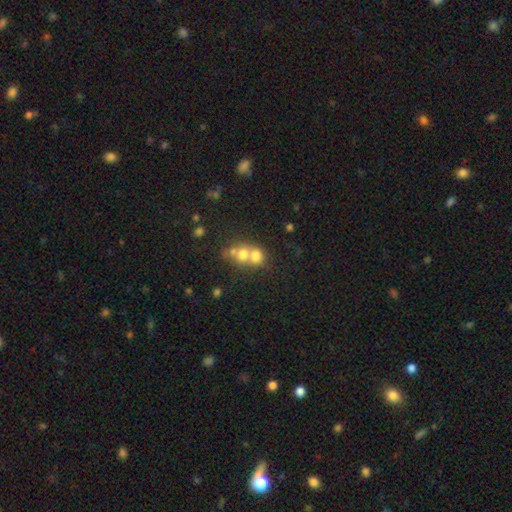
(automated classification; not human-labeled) This is likely a smooth galaxy (67%). How rounded: likely round (67%). Merging: likely merger (65%).